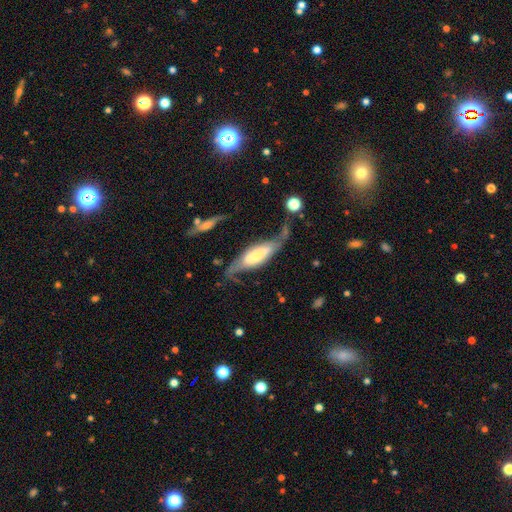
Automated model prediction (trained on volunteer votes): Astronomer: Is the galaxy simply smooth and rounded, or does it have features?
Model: featured or disk — 65%.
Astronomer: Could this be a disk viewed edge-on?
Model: no — 65%.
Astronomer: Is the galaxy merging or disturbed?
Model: none — 40% (runner-up: minor disturbance, 26%).